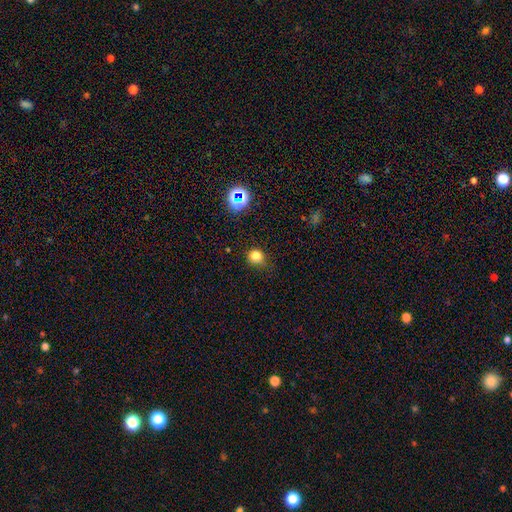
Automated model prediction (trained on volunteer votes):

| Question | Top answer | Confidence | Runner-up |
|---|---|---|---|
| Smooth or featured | smooth | 79% | star or artifact (17%) |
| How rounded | round | 84% | in between (15%) |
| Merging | none | 72% | minor disturbance (20%) |